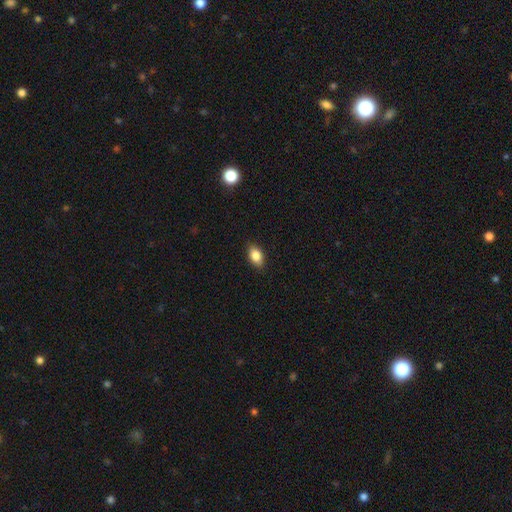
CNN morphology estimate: Smooth or featured? smooth (85%)
How rounded? in between (88%)
Merging? none (88%)